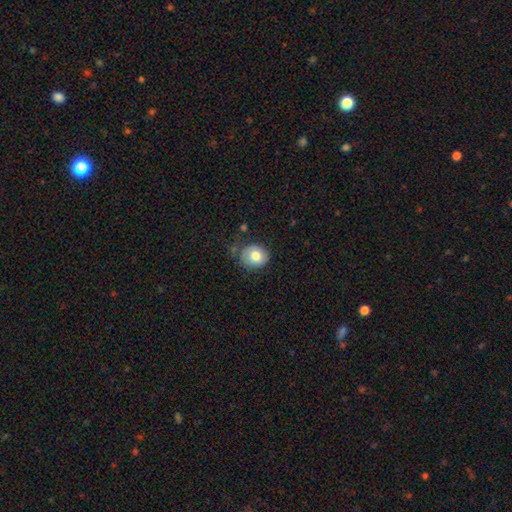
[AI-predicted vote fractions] Smooth or featured?
  - smooth: 79% *
  - featured or disk: 13%
  - star or artifact: 8%
How rounded?
  - round: 72% *
  - in between: 27%
  - cigar-shaped: 1%
Merging?
  - none: 71% *
  - minor disturbance: 20%
  - major disturbance: 6%
  - merger: 3%